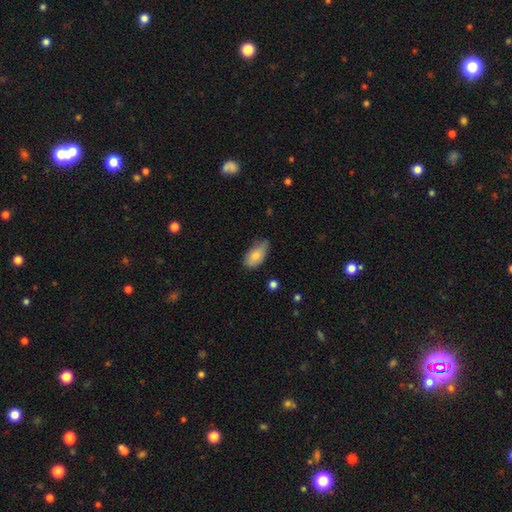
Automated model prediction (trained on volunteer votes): Q: Smooth or featured?
A: smooth (82%); runner-up: featured or disk (11%)
Q: How rounded?
A: in between (93%); runner-up: cigar-shaped (4%)
Q: Merging?
A: none (63%); runner-up: minor disturbance (31%)